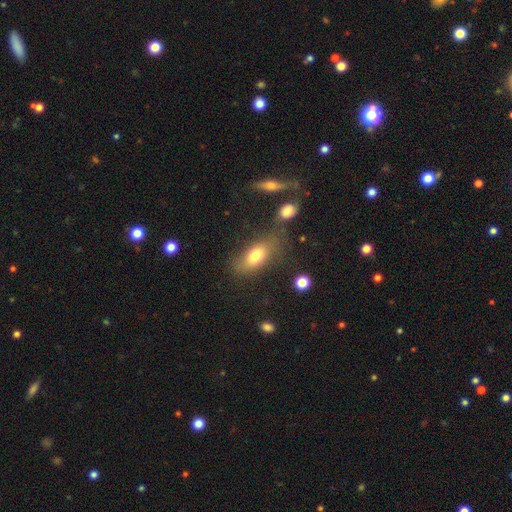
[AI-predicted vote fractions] Smooth or featured? Predicted: smooth (p=0.75). How rounded? Predicted: in between (p=0.83). Merging? Predicted: none (p=0.61).